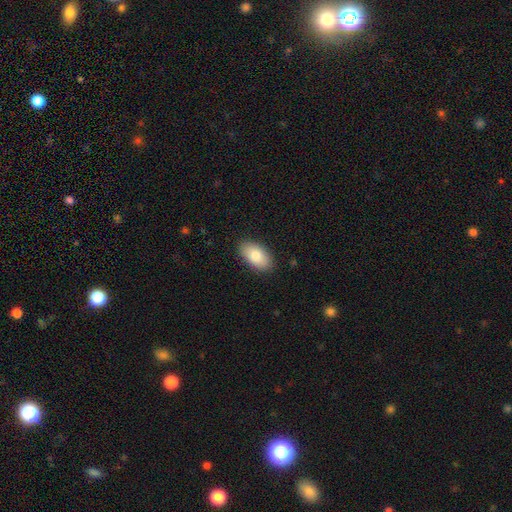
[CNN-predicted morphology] Smooth or featured: smooth — 81% (featured or disk — 12%)
How rounded: in between — 94% (round — 4%)
Merging: none — 88% (minor disturbance — 10%)